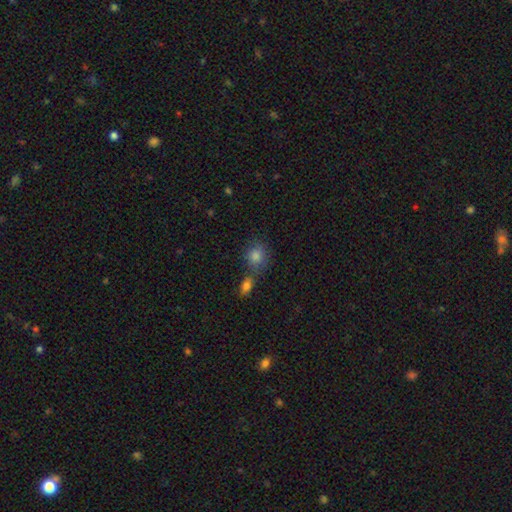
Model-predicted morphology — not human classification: Q: Smooth or featured?
A: smooth (82%); runner-up: star or artifact (11%)
Q: How rounded?
A: round (69%); runner-up: in between (30%)
Q: Merging?
A: none (54%); runner-up: merger (29%)